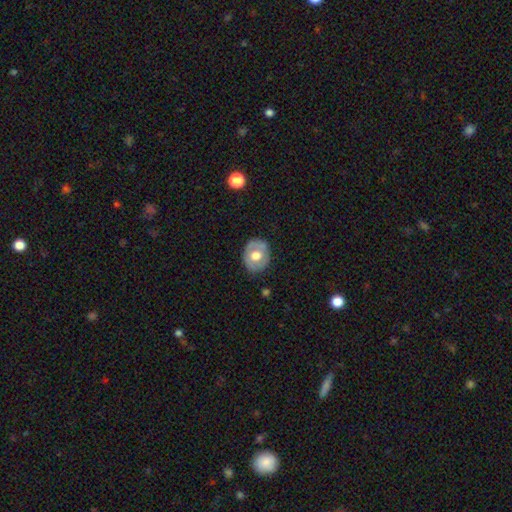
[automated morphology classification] The model was most divided on "smooth or featured": smooth: 55%, featured or disk: 38%, star or artifact: 7%. More confident: merging — none (80%); how rounded — round (59%).